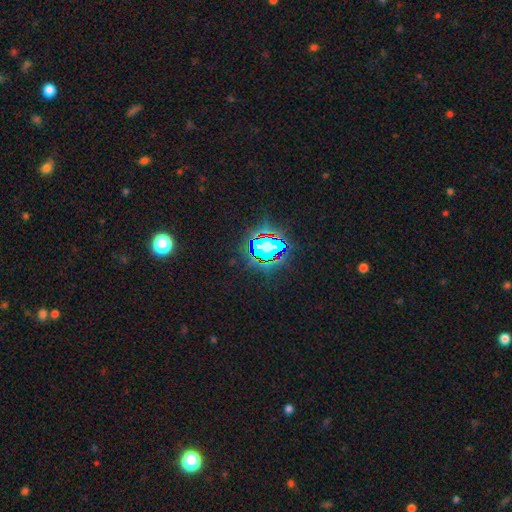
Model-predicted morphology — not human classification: A star or artifact, not a galaxy (73%).